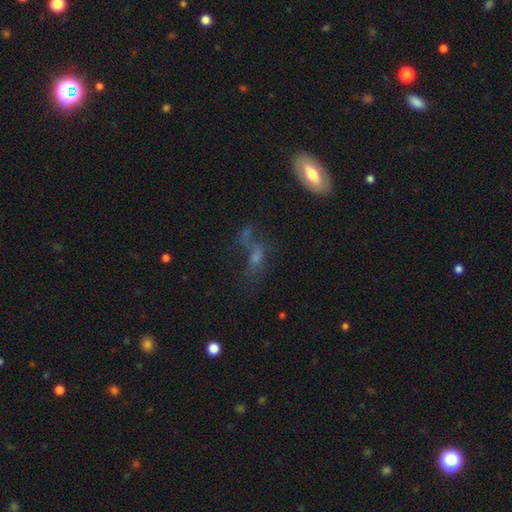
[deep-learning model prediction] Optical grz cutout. It shows a smooth galaxy with no disk features (39%). Merging: none (33%).